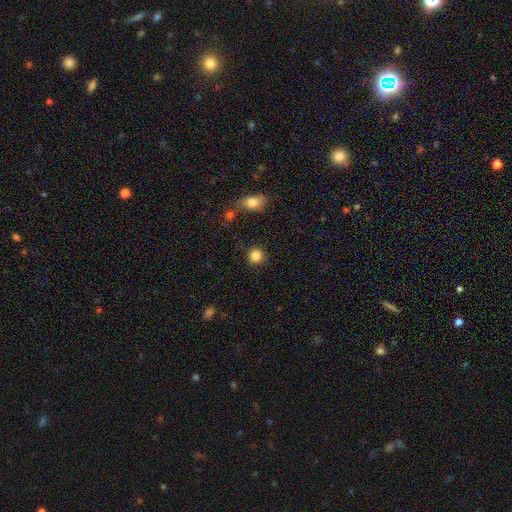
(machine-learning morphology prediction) This is clearly a smooth galaxy (85%). How rounded: clearly round (93%). Merging: clearly none (88%).